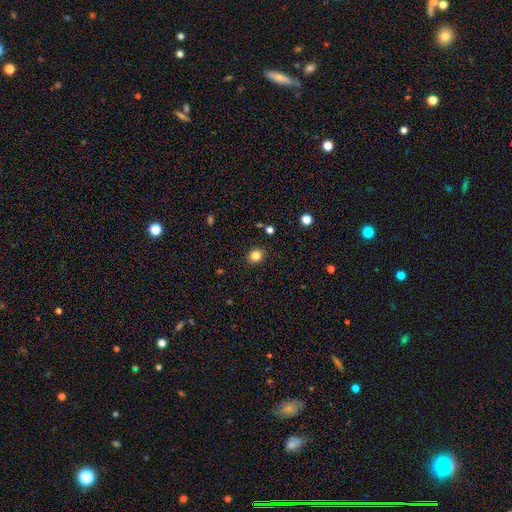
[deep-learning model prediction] This is clearly a smooth galaxy (83%). How rounded: likely round (75%). Merging: clearly none (89%).